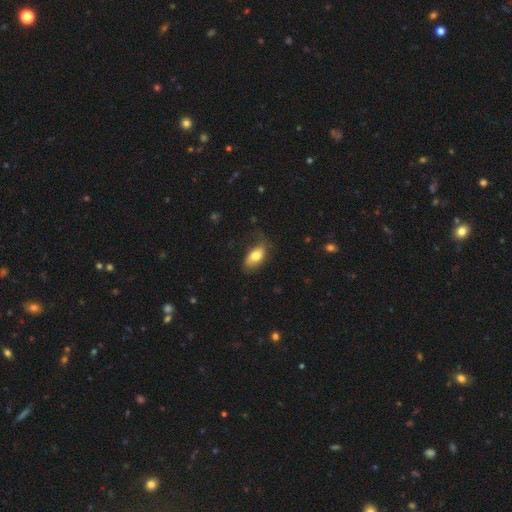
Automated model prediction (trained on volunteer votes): This appears to be a smooth galaxy with no disk features (76%) that is in between round and cigar-shaped (90%). Merging: none (55%).